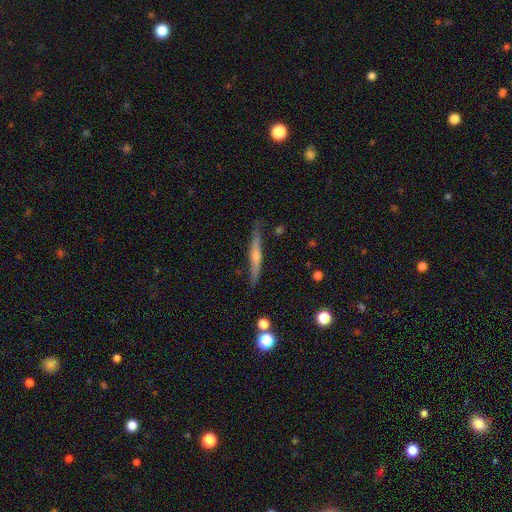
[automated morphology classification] A featured or disk galaxy (63%) viewed edge-on (96%) with a rounded central bulge (66%). Merging: none (85%).